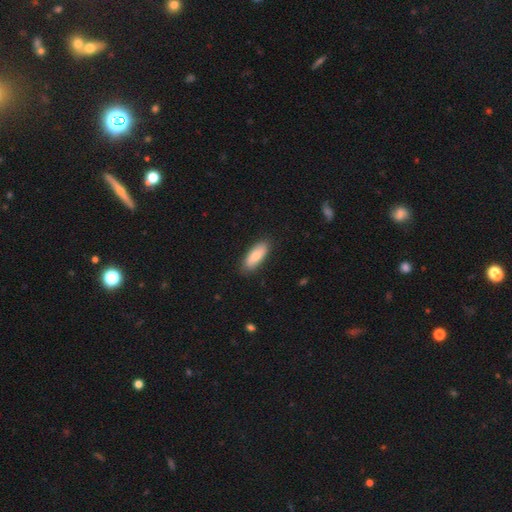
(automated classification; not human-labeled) Smooth or featured? Predicted: smooth (p=0.77). How rounded? Predicted: in between (p=0.77). Merging? Predicted: none (p=0.85).